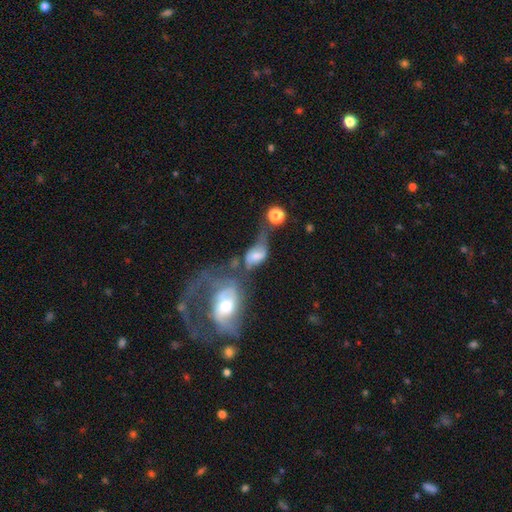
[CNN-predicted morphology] featured or disk 45%, smooth 44%, star or artifact 11%. Down the decision tree: merging — merger (39%).